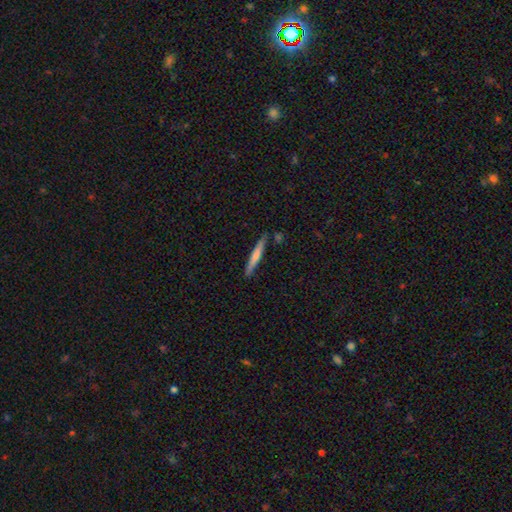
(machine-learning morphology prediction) smooth_or_featured: smooth (p=0.63) [alt: featured or disk p=0.32]
how_rounded: cigar-shaped (p=0.95) [alt: in between p=0.03]
merging: none (p=0.86) [alt: minor disturbance p=0.10]